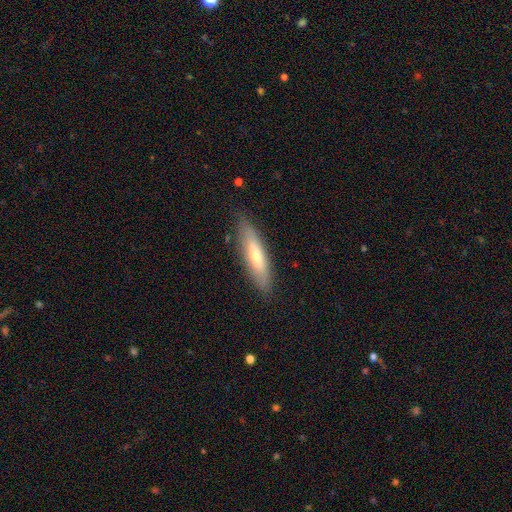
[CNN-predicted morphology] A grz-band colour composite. It shows a smooth galaxy with no disk features (62%) that is cigar-shaped (71%). Merging: none (85%).